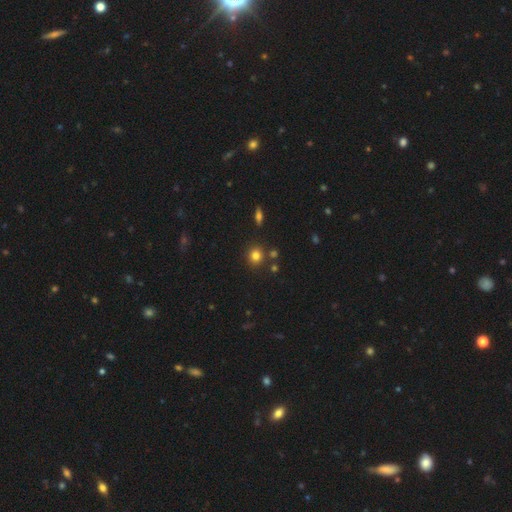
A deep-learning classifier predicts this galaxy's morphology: Smooth or featured: smooth — 80% (star or artifact — 13%)
How rounded: round — 85% (in between — 14%)
Merging: none — 82% (minor disturbance — 9%)